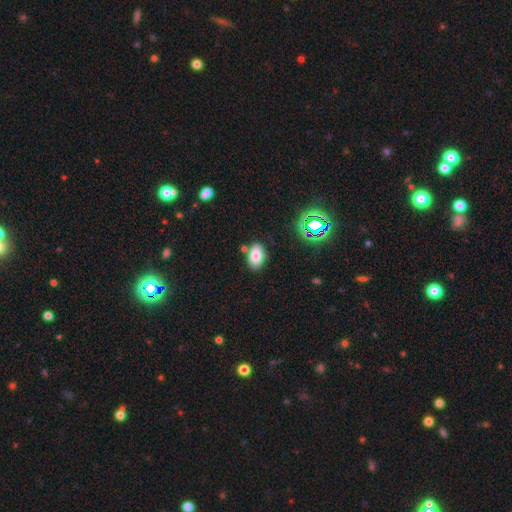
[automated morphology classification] smooth-or-featured: smooth: 79% | star or artifact: 12% | featured or disk: 9%
  how-rounded: in between: 90% | round: 8% | cigar-shaped: 1%
  merging: none: 77% | minor disturbance: 13% | merger: 6% | major disturbance: 3%